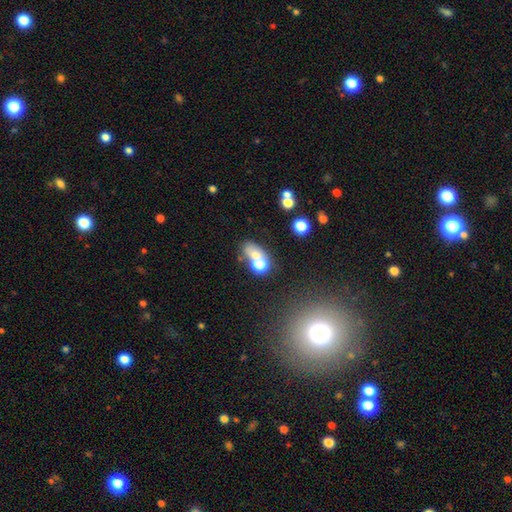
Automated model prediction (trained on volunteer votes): Smooth or featured? smooth (63%)
How rounded? in between (64%)
Merging? merger (52%)